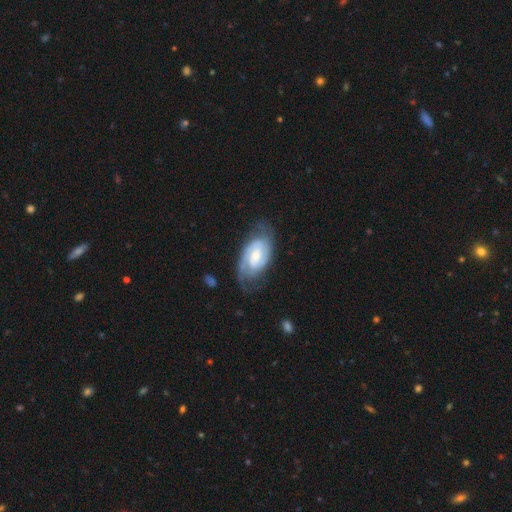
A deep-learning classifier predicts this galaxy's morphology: smooth-or-featured: featured or disk: 80% | smooth: 15% | star or artifact: 5%
  disk-edge-on: no: 96% | yes: 4%
    bar: weak: 45% | no: 43% | strong: 11%
    has-spiral-arms: yes: 94% | no: 6%
      spiral-winding: tight: 49% | medium: 40% | loose: 11%
      spiral-arm-count: 2: 74% | can't tell: 14% | 3: 5% | 1: 4% | 4: 2% | more than 4: 2%
    bulge-size: moderate: 43% | small: 38% | large: 11% | none: 7% | dominant: 2%
  merging: none: 65% | minor disturbance: 22% | major disturbance: 11% | merger: 2%